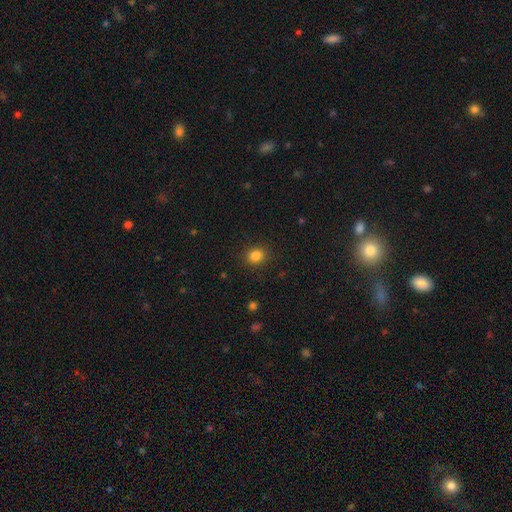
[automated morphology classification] Smooth or featured? smooth (84%)
How rounded? round (66%)
Merging? none (89%)